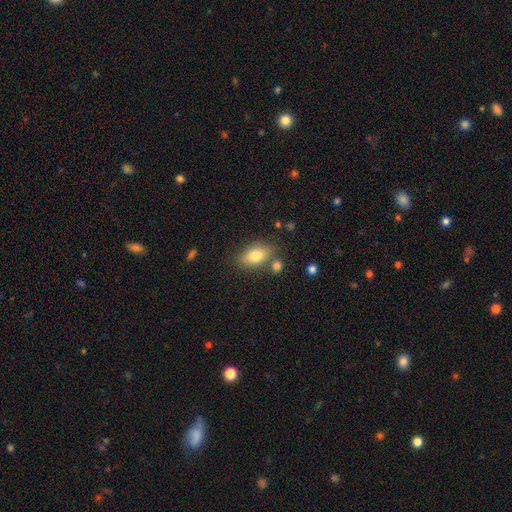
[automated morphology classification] The model was most divided on "merging": none: 71%, minor disturbance: 14%, merger: 11%, major disturbance: 4%. More confident: how rounded — in between (89%); smooth or featured — smooth (79%).